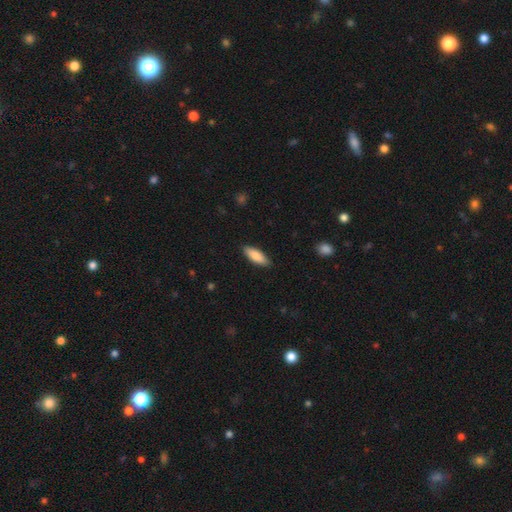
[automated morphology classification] Q: Smooth or featured?
A: smooth (83%); runner-up: featured or disk (11%)
Q: How rounded?
A: in between (65%); runner-up: cigar-shaped (34%)
Q: Merging?
A: none (87%); runner-up: minor disturbance (10%)